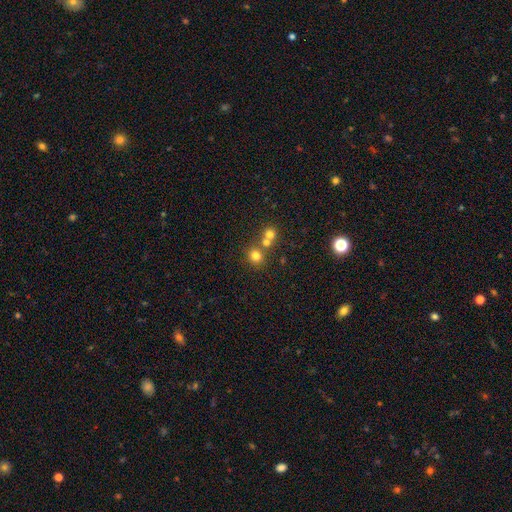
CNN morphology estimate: Smooth or featured?
  - smooth: 75% *
  - star or artifact: 16%
  - featured or disk: 9%
How rounded?
  - round: 87% *
  - in between: 12%
  - cigar-shaped: 1%
Merging?
  - none: 58% *
  - merger: 33%
  - minor disturbance: 6%
  - major disturbance: 3%